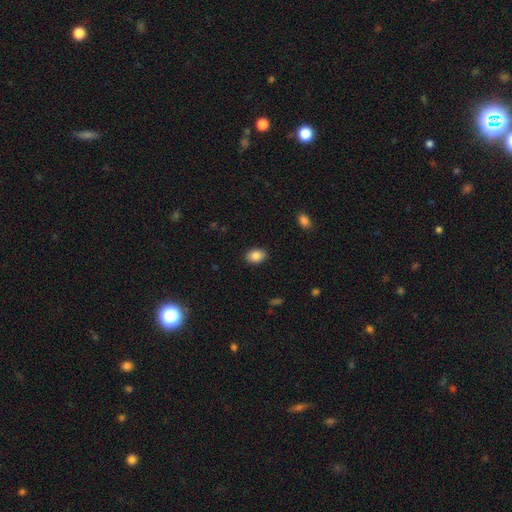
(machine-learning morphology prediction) Smooth or featured? Predicted: smooth (p=0.87). How rounded? Predicted: in between (p=0.77). Merging? Predicted: none (p=0.89).